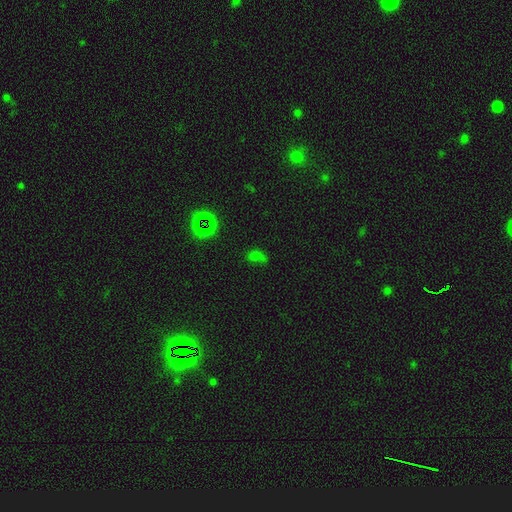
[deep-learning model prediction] Smooth or featured?
  - smooth: 47% *
  - star or artifact: 42%
  - featured or disk: 11%
Merging?
  - none: 51% *
  - minor disturbance: 23%
  - major disturbance: 17%
  - merger: 9%